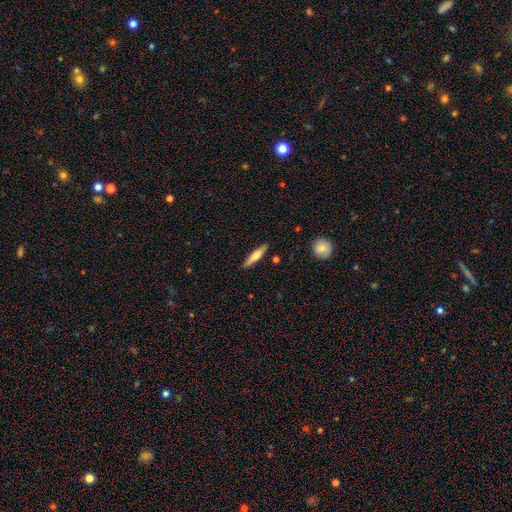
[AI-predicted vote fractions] Q: Smooth or featured?
A: smooth (55%); runner-up: featured or disk (40%)
Q: How rounded?
A: cigar-shaped (83%); runner-up: in between (15%)
Q: Merging?
A: none (89%); runner-up: minor disturbance (8%)